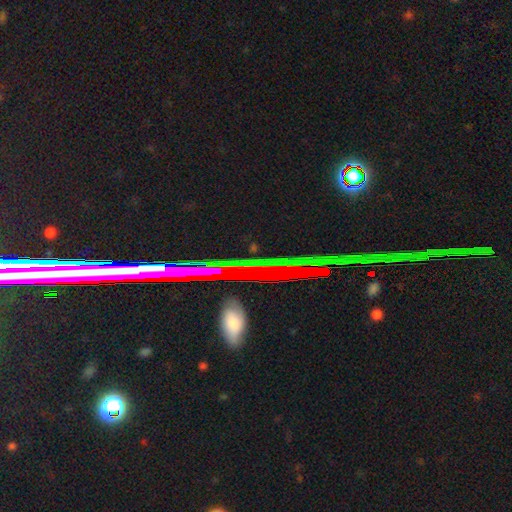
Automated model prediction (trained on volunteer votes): A star or artifact, not a galaxy (57%).

Vote fractions:
- Smooth or featured? star or artifact: 57% / featured or disk: 24% / smooth: 20%